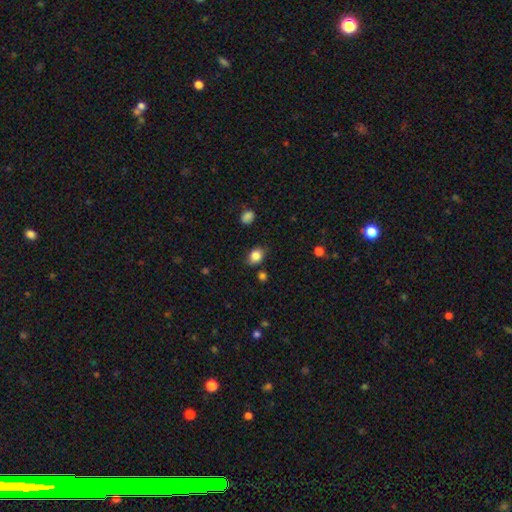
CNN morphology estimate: Smooth or featured? smooth (83%)
How rounded? in between (64%)
Merging? none (77%)